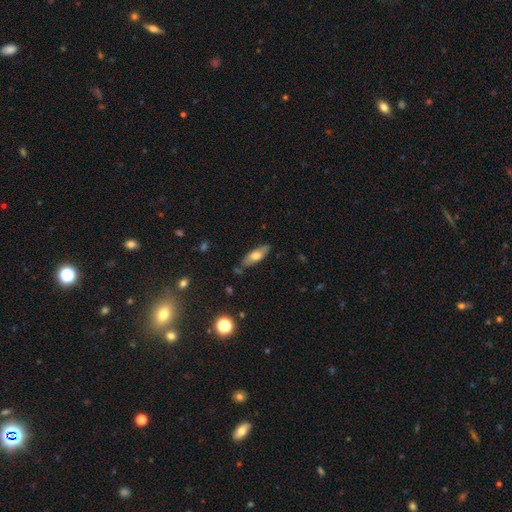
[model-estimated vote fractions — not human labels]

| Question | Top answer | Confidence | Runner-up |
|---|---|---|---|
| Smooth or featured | smooth | 62% | featured or disk (32%) |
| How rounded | in between | 65% | cigar-shaped (32%) |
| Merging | none | 78% | minor disturbance (16%) |